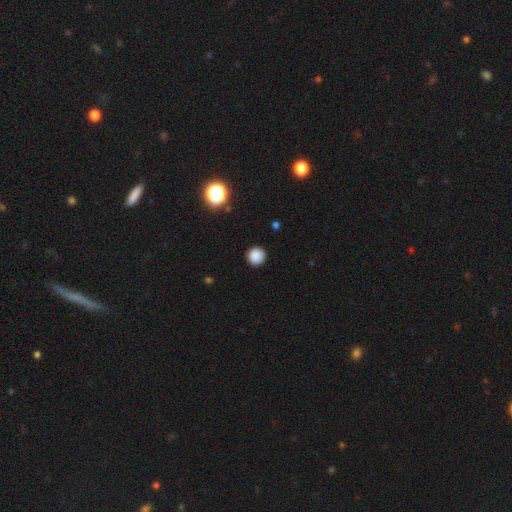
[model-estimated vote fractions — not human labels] Smooth or featured? Predicted: smooth (p=0.86). How rounded? Predicted: round (p=0.95). Merging? Predicted: none (p=0.92).